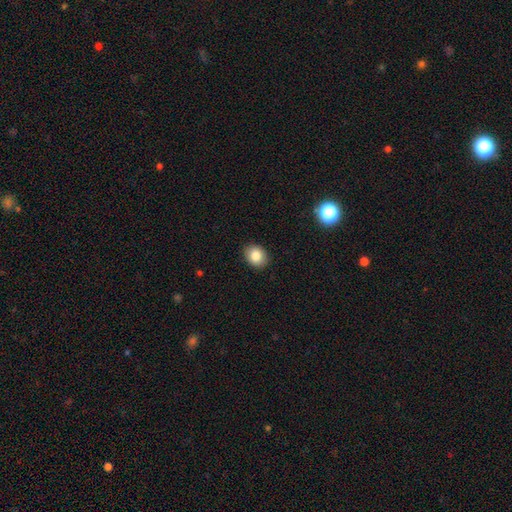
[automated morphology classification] smooth-or-featured: smooth: 86% | star or artifact: 9% | featured or disk: 5%
  how-rounded: in between: 51% | round: 49% | cigar-shaped: 1%
  merging: none: 89% | minor disturbance: 8% | major disturbance: 2% | merger: 1%